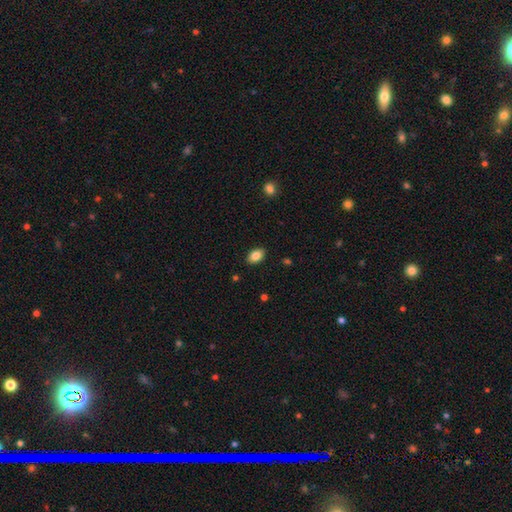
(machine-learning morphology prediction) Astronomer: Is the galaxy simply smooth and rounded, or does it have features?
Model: smooth — 85%.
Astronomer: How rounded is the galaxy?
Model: in between — 87%.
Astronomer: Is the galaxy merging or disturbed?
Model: none — 89%.